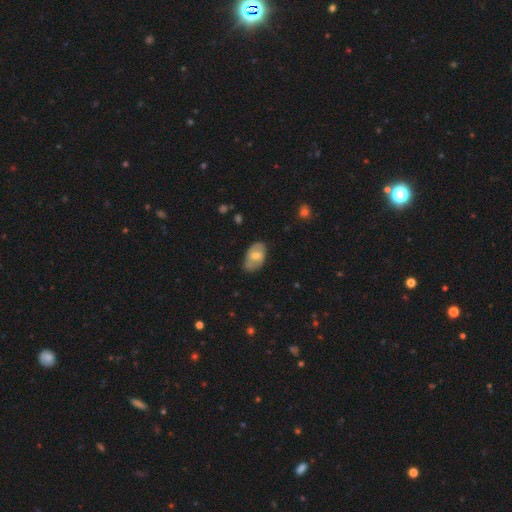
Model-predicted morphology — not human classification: Q: Smooth or featured?
A: smooth (55%); runner-up: featured or disk (38%)
Q: How rounded?
A: in between (91%); runner-up: round (7%)
Q: Merging?
A: none (66%); runner-up: minor disturbance (26%)